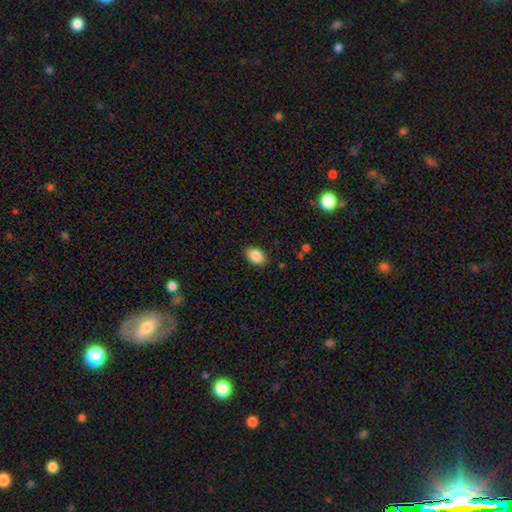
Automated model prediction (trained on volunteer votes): A smooth galaxy with no disk features (88%) that is in between round and cigar-shaped (88%).

Vote fractions:
- Smooth or featured? smooth: 88% / star or artifact: 7% / featured or disk: 5%
- How rounded? in between: 88% / round: 11% / cigar-shaped: 1%
- Merging? none: 87% / minor disturbance: 10% / major disturbance: 2% / merger: 1%